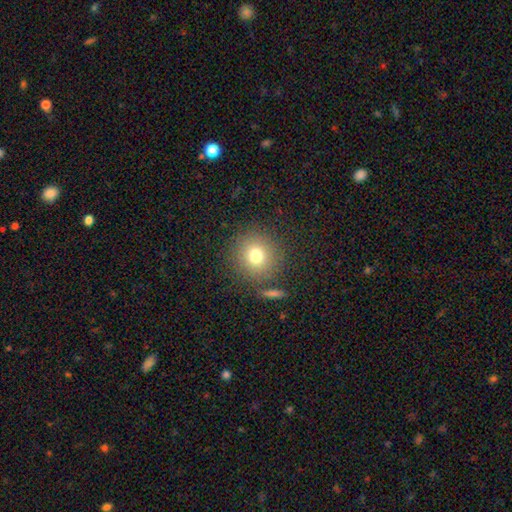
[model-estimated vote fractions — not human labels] smooth 76%, star or artifact 13%, featured or disk 11%. Down the decision tree: how rounded — round (92%); merging — none (84%).